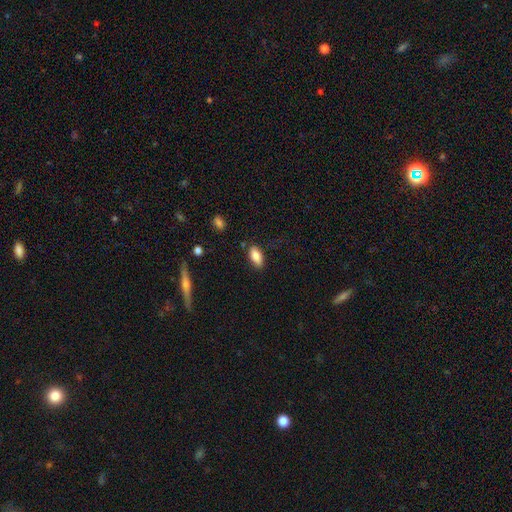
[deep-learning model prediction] A smooth galaxy with no disk features (83%) that is in between round and cigar-shaped (89%). Merging: none (82%).